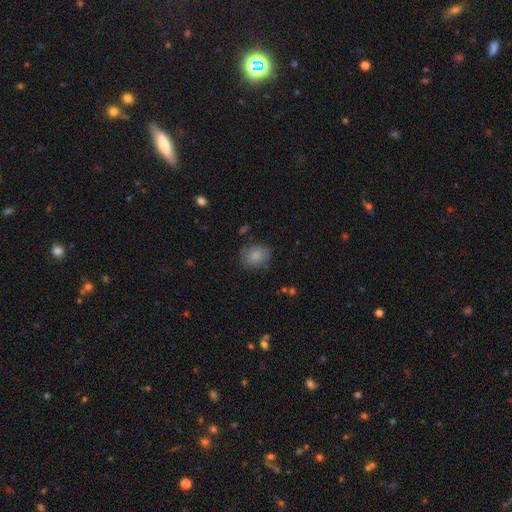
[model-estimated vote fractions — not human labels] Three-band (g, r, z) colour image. It shows a smooth galaxy with no disk features (84%) that is round (53%). Merging: none (78%).